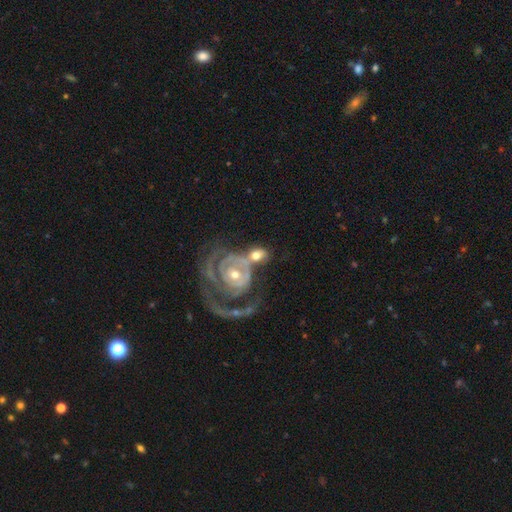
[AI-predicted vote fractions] featured or disk 63%, smooth 31%, star or artifact 6%. Down the decision tree: edge-on disk — no (94%); bar — no (71%); spiral arms — yes (77%); bulge size — moderate (56%); merging — merger (45%).